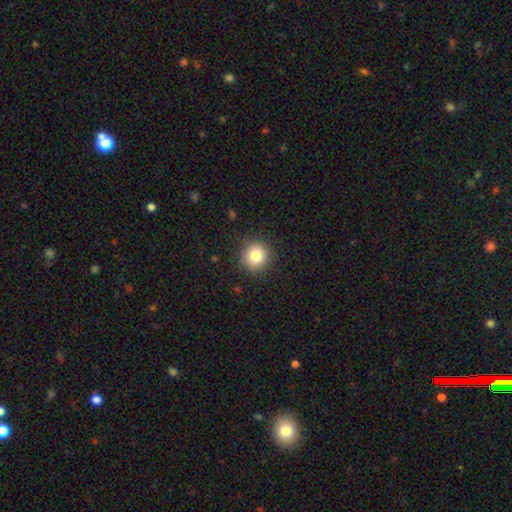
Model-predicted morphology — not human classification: Overall: smooth (82%). How rounded: round (92%). Merging: none (90%).